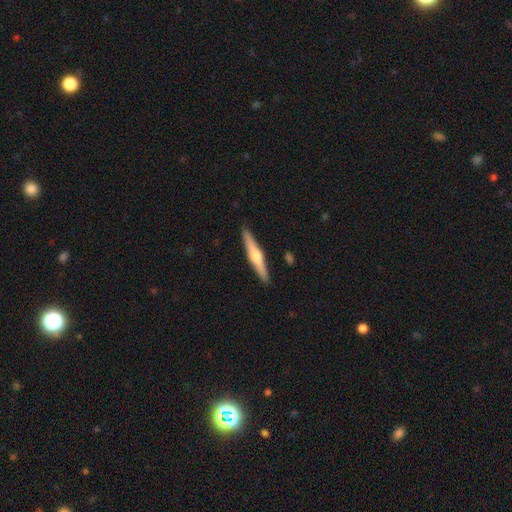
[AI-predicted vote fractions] featured or disk 60%, smooth 35%, star or artifact 5%. Down the decision tree: edge-on disk — yes (97%); edge-on bulge — rounded (89%); merging — none (90%).